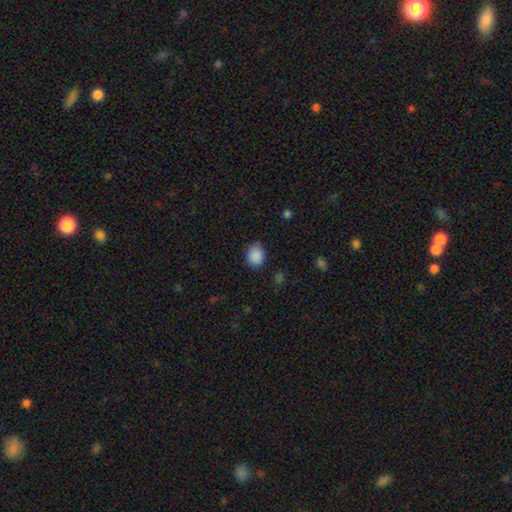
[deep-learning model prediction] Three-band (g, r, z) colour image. It shows a smooth galaxy with no disk features (88%) that is round (50%). Merging: none (77%).